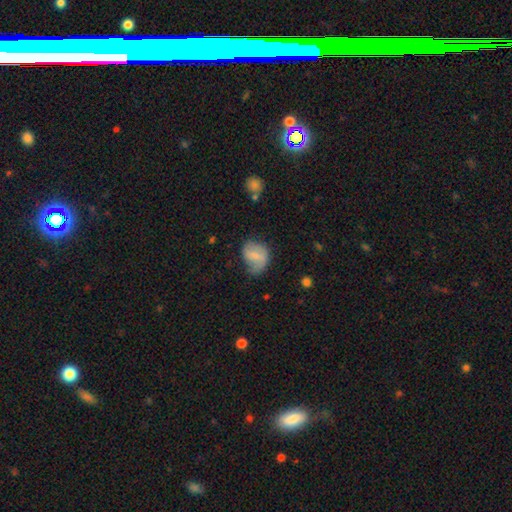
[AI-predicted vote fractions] smooth_or_featured: smooth (p=0.62) [alt: featured or disk p=0.30]
how_rounded: in between (p=0.50) [alt: round p=0.49]
merging: none (p=0.44) [alt: minor disturbance p=0.36]